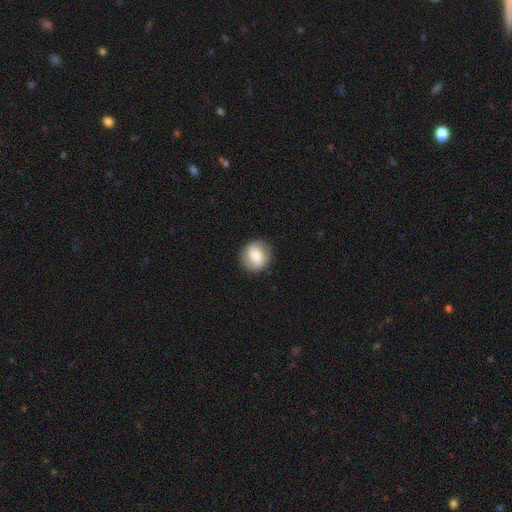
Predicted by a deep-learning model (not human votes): Overall: smooth (62%; featured or disk 31%). How rounded: round (78%). Merging: none (86%).